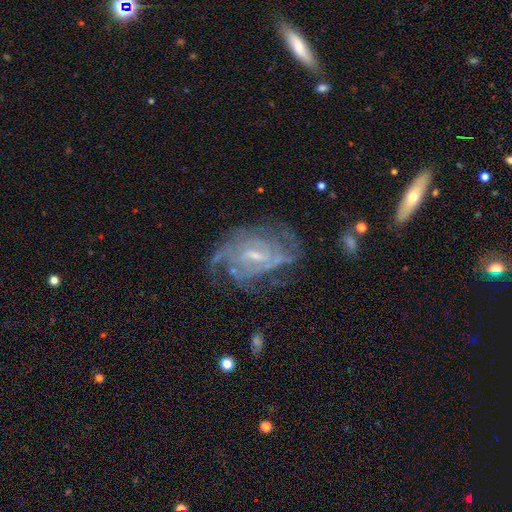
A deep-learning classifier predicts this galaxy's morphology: Q: Smooth or featured?
A: featured or disk (83%); runner-up: smooth (9%)
Q: Edge-on disk?
A: no (96%); runner-up: yes (4%)
Q: Bar?
A: weak (57%); runner-up: no (25%)
Q: Spiral arms?
A: yes (88%); runner-up: no (12%)
Q: Spiral winding?
A: tight (48%); runner-up: medium (38%)
Q: Spiral arm count?
A: can't tell (42%); runner-up: 2 (21%)
Q: Bulge size?
A: small (52%); runner-up: moderate (35%)
Q: Merging?
A: none (54%); runner-up: minor disturbance (22%)